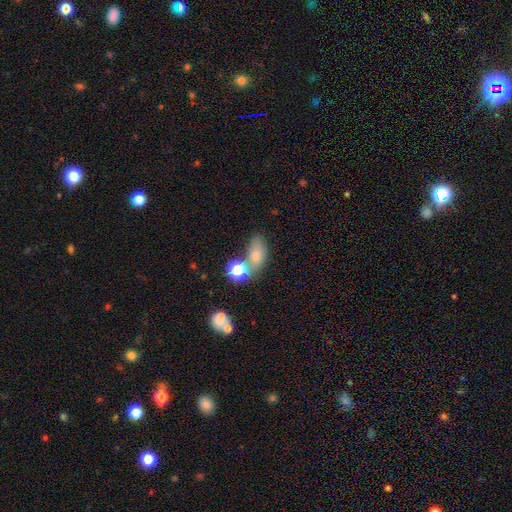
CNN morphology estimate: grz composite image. It shows a smooth galaxy with no disk features (68%) that is in between round and cigar-shaped (73%). Merging: none (42%).